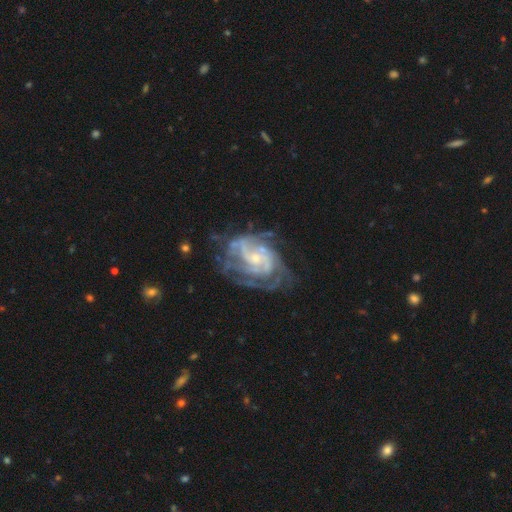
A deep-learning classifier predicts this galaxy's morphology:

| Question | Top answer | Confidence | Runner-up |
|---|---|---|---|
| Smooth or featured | featured or disk | 85% | star or artifact (8%) |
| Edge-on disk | no | 97% | yes (3%) |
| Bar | no | 50% | weak (38%) |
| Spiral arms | yes | 95% | no (5%) |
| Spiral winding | tight | 61% | medium (32%) |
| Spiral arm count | can't tell | 32% | 3 (21%) |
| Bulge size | small | 62% | moderate (31%) |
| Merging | none | 64% | minor disturbance (20%) |